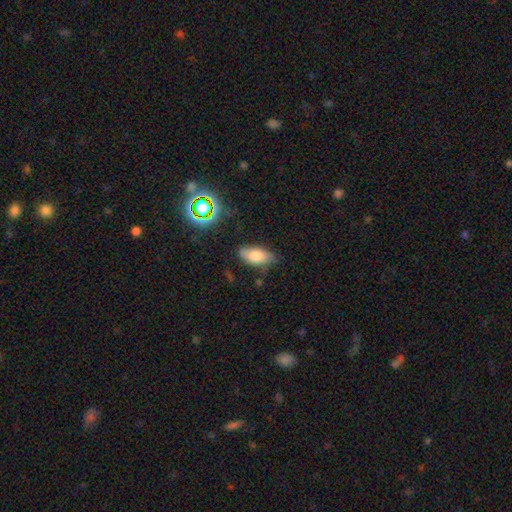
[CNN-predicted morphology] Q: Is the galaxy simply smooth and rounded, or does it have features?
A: smooth — 75%.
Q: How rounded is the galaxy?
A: in between — 89%.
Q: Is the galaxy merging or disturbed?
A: none — 72%.